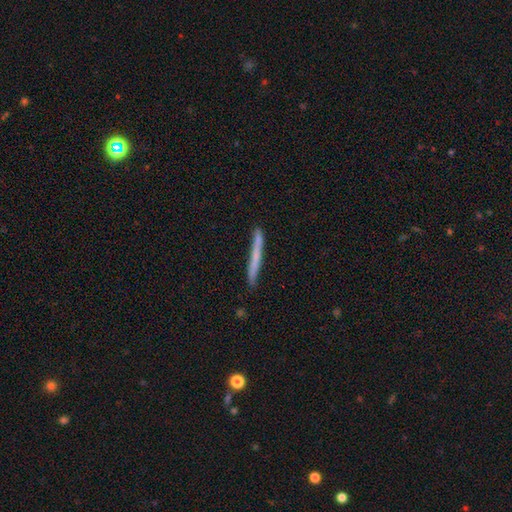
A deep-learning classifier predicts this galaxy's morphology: Smooth or featured: smooth — 58% (featured or disk — 36%)
How rounded: cigar-shaped — 97% (in between — 2%)
Merging: none — 87% (minor disturbance — 9%)